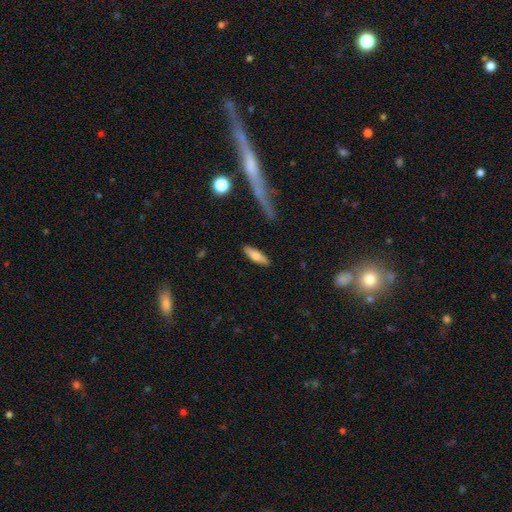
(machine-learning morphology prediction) smooth_or_featured: smooth (p=0.71) [alt: featured or disk p=0.23]
how_rounded: cigar-shaped (p=0.53) [alt: in between p=0.45]
merging: none (p=0.88) [alt: minor disturbance p=0.09]